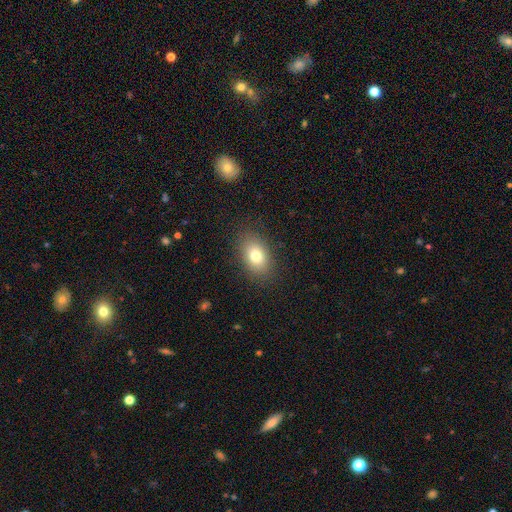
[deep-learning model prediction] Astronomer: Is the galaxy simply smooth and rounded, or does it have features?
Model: smooth — 78%.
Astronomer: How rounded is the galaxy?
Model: in between — 83%.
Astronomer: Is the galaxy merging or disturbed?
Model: none — 87%.